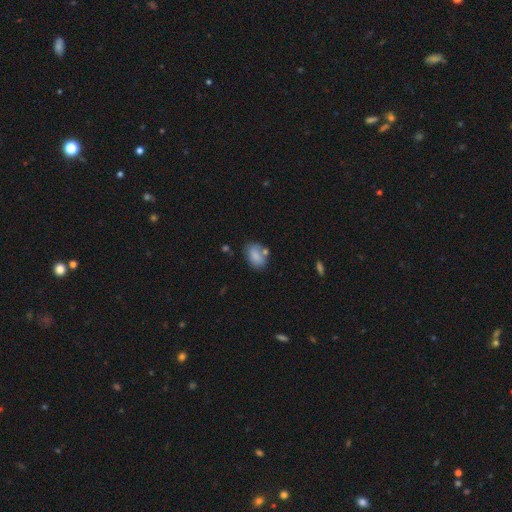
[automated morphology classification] This appears to be a smooth galaxy with no disk features (79%) that is in between round and cigar-shaped (81%). Merging: none (58%).